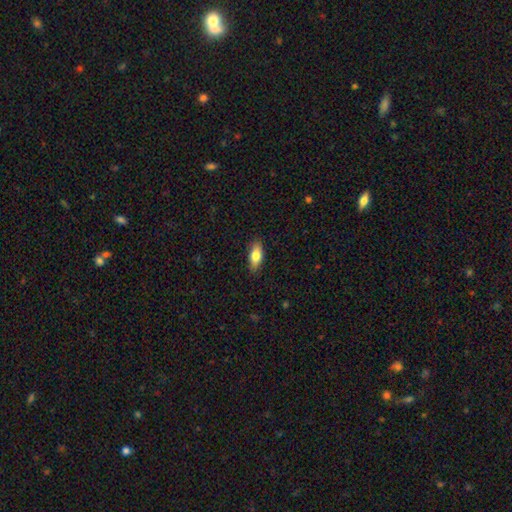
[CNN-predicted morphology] Smooth or featured? Predicted: smooth (p=0.78). How rounded? Predicted: in between (p=0.81). Merging? Predicted: none (p=0.87).